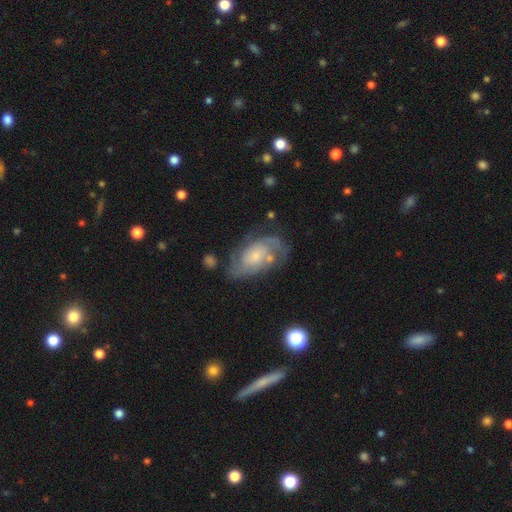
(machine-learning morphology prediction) Smooth or featured: featured or disk — 78% (smooth — 15%)
Edge-on disk: no — 96% (yes — 4%)
Bar: no — 69% (weak — 26%)
Spiral arms: yes — 91% (no — 9%)
Spiral winding: tight — 42% (medium — 41%)
Spiral arm count: 2 — 50% (can't tell — 26%)
Bulge size: small — 54% (moderate — 30%)
Merging: none — 63% (minor disturbance — 21%)